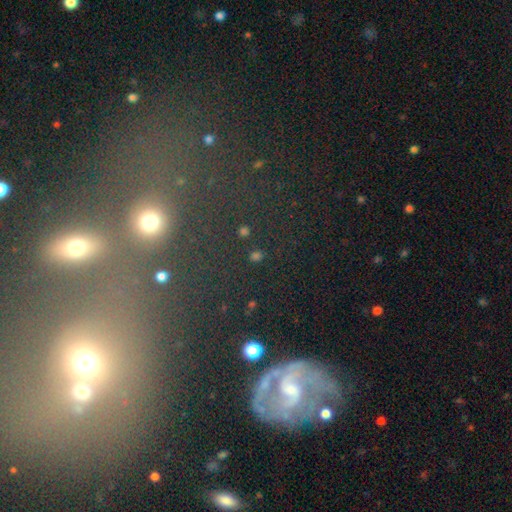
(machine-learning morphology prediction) Smooth or featured? Predicted: star or artifact (p=0.45).